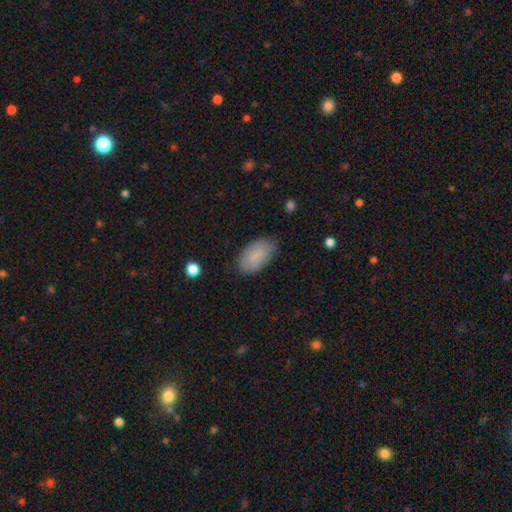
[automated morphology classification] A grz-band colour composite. It shows a smooth galaxy with no disk features (84%) that is in between round and cigar-shaped (94%). Merging: none (81%).